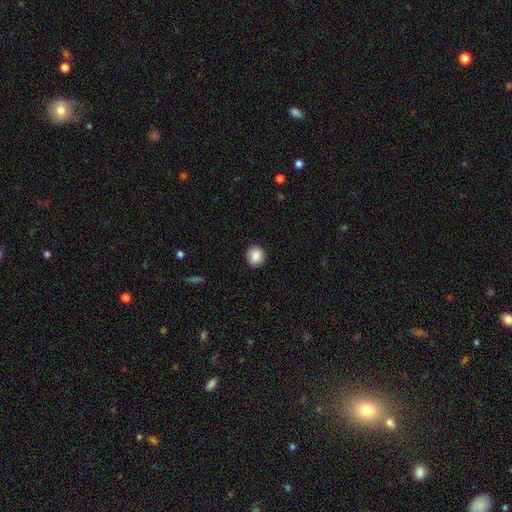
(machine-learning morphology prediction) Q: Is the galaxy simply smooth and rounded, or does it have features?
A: smooth — 86%.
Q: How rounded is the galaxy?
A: round — 88%.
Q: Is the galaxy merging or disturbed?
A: none — 90%.